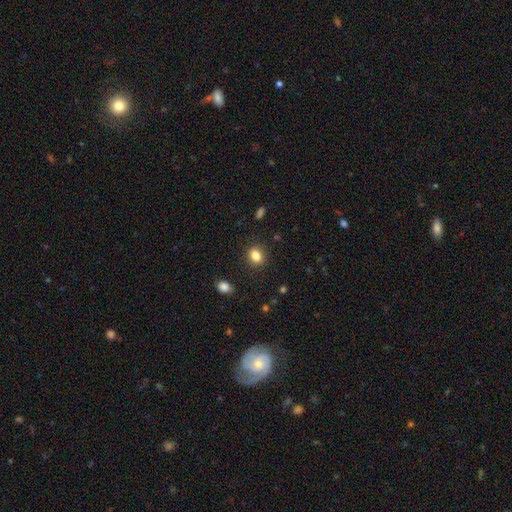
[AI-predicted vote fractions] The model was most divided on "how rounded": round: 51%, in between: 47%, cigar-shaped: 1%. More confident: merging — none (88%); smooth or featured — smooth (84%).